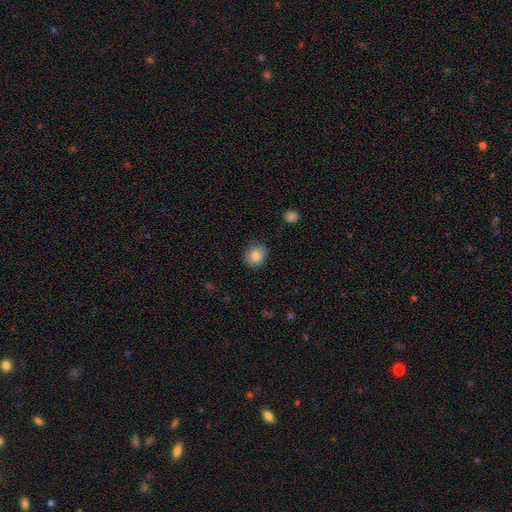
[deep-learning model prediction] Overall: smooth (86%). How rounded: round (76%). Merging: none (83%).